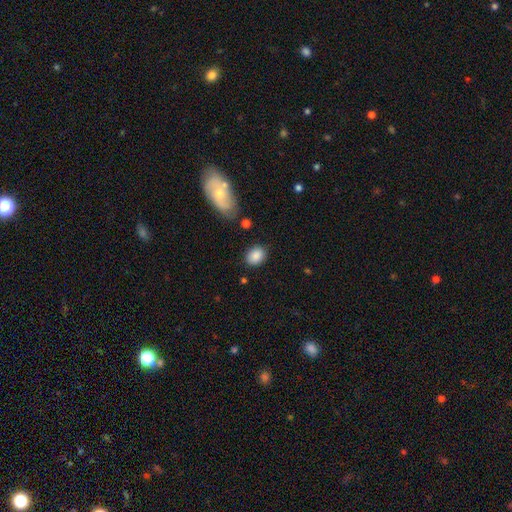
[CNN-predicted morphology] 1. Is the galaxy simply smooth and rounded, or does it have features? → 87% smooth, 8% star or artifact, 5% featured or disk.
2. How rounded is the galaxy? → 58% in between, 40% round, 1% cigar-shaped.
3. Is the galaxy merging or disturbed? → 81% none, 13% minor disturbance, 4% major disturbance, 3% merger.